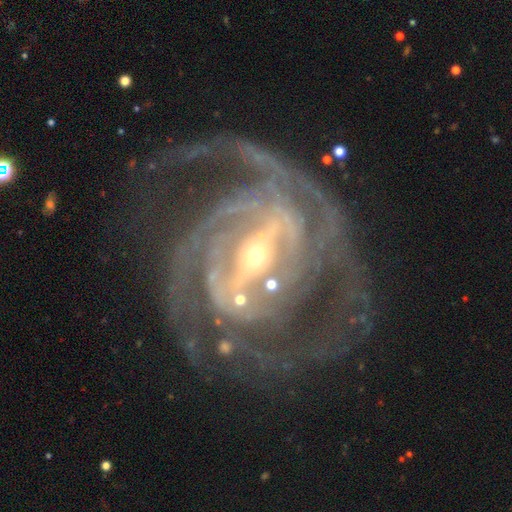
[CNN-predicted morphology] type=featured or disk (91%); edge-on=no (97%); bar=strong (59%); spiral arms=yes (95%); winding=tight (49%); arm count=2 (34%); bulge=small (74%); merging=none (54%).